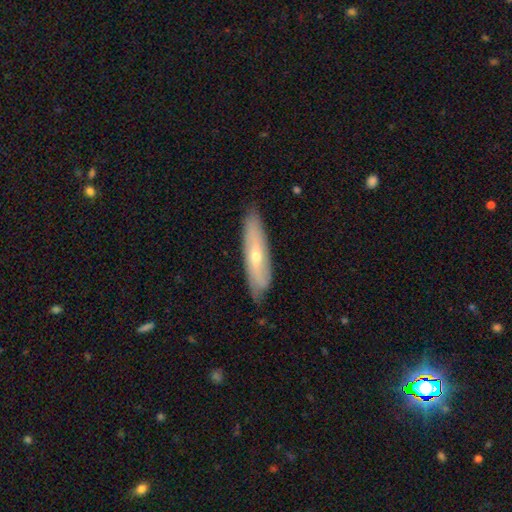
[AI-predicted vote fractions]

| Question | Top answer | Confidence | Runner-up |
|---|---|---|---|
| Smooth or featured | featured or disk | 53% | smooth (41%) |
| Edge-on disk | no | 53% | yes (47%) |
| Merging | none | 80% | minor disturbance (15%) |